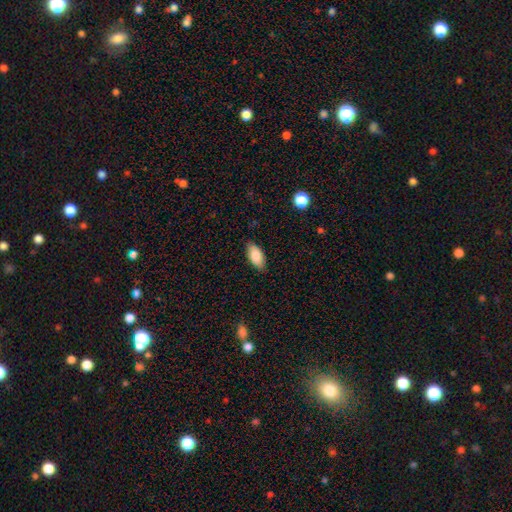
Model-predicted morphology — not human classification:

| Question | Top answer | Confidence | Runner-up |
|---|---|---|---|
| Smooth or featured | smooth | 85% | featured or disk (9%) |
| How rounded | in between | 91% | cigar-shaped (6%) |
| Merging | none | 86% | minor disturbance (11%) |